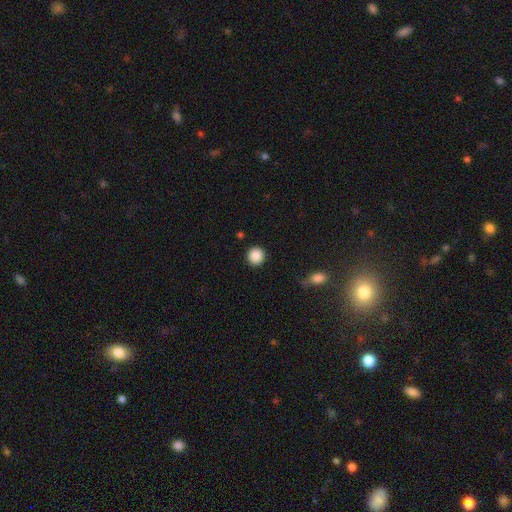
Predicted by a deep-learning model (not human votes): This is clearly a smooth galaxy (88%). How rounded: clearly round (94%). Merging: clearly none (91%).